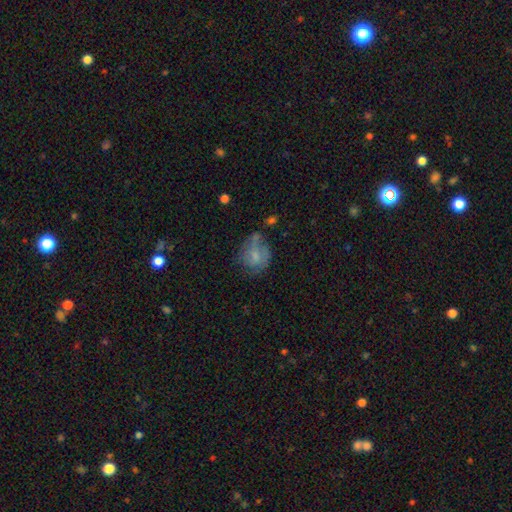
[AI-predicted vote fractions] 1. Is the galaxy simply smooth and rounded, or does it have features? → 60% smooth, 32% featured or disk, 9% star or artifact.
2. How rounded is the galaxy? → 62% round, 37% in between, 1% cigar-shaped.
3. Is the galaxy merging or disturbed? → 43% none, 30% minor disturbance, 20% major disturbance, 7% merger.